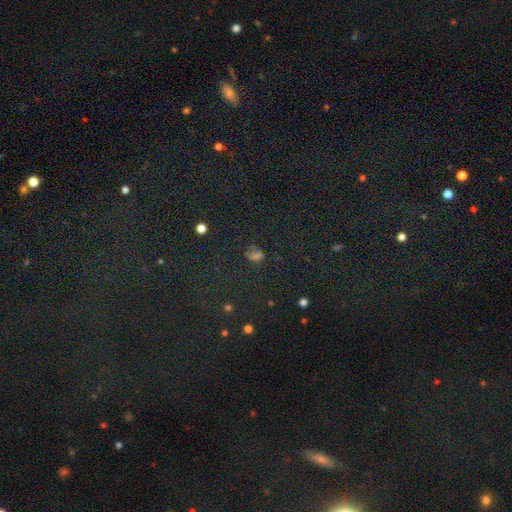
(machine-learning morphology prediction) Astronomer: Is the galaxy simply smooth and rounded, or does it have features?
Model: star or artifact — 45% (runner-up: smooth, 43%).